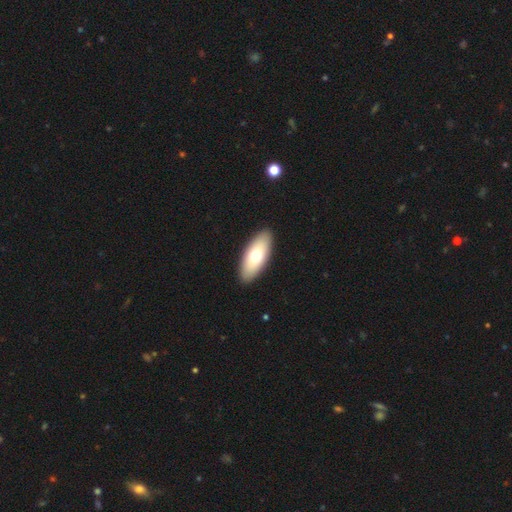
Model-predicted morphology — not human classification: Smooth or featured? Predicted: smooth (p=0.69). How rounded? Predicted: in between (p=0.84). Merging? Predicted: none (p=0.91).